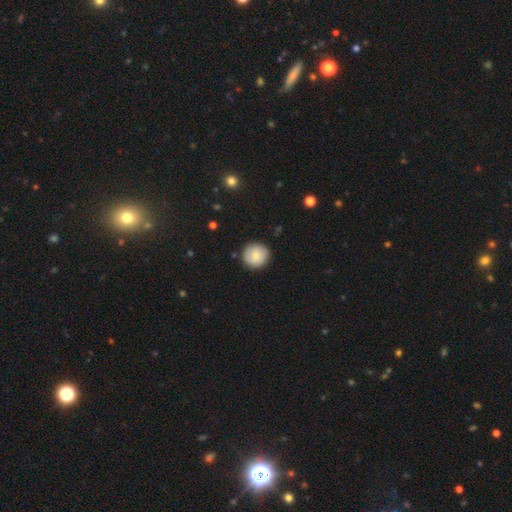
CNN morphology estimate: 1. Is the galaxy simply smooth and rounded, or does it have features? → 75% smooth, 18% featured or disk, 7% star or artifact.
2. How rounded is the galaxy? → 93% round, 6% in between, 1% cigar-shaped.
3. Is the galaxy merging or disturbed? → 87% none, 9% minor disturbance, 2% major disturbance, 1% merger.